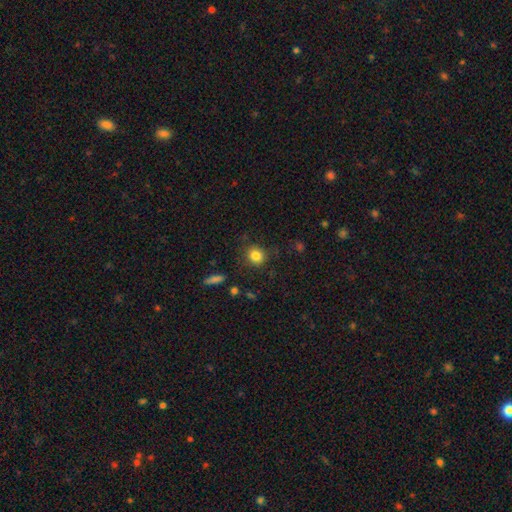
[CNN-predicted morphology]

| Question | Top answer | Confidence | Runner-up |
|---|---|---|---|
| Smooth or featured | smooth | 83% | star or artifact (11%) |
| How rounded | round | 83% | in between (16%) |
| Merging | none | 83% | minor disturbance (11%) |